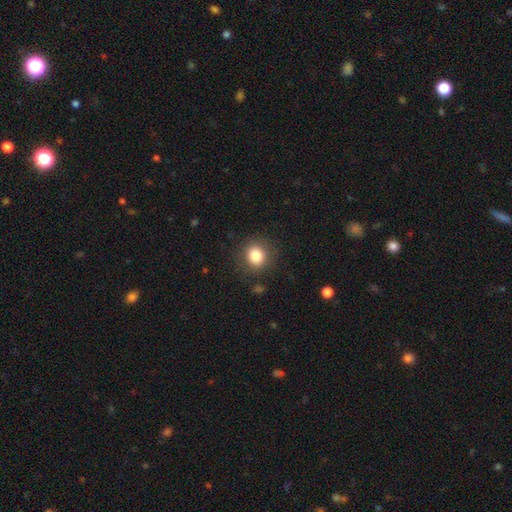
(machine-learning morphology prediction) smooth_or_featured: smooth (p=0.83) [alt: star or artifact p=0.11]
how_rounded: round (p=0.83) [alt: in between p=0.16]
merging: none (p=0.87) [alt: minor disturbance p=0.08]